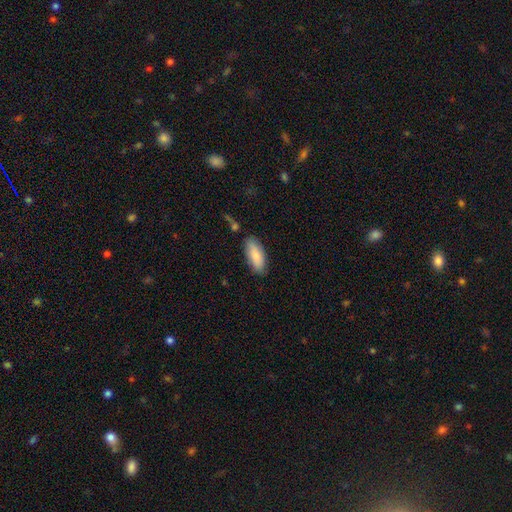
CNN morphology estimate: smooth-or-featured: smooth: 84% | featured or disk: 11% | star or artifact: 6%
  how-rounded: in between: 82% | cigar-shaped: 16% | round: 2%
  merging: none: 82% | minor disturbance: 13% | merger: 3% | major disturbance: 3%